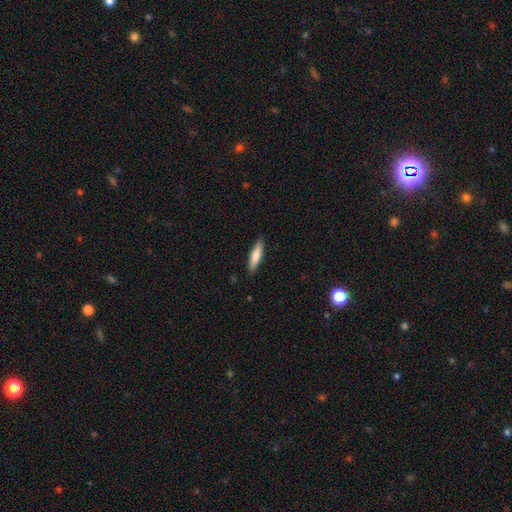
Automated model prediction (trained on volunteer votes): This appears to be a smooth galaxy with no disk features (75%) that is cigar-shaped (73%). Merging: none (88%).